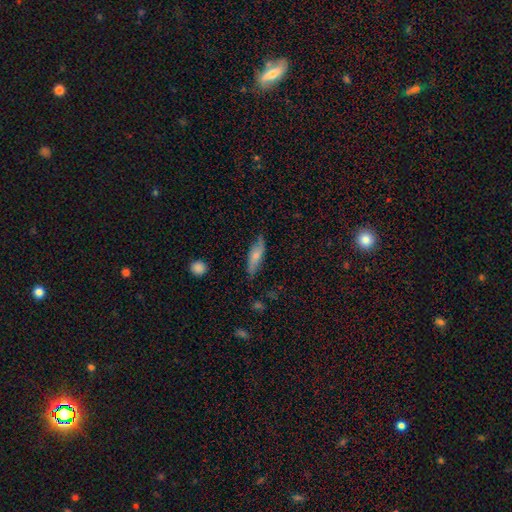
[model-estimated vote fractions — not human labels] The model was most divided on "how rounded": in between: 52%, cigar-shaped: 45%, round: 3%. More confident: merging — none (69%); smooth or featured — smooth (61%).